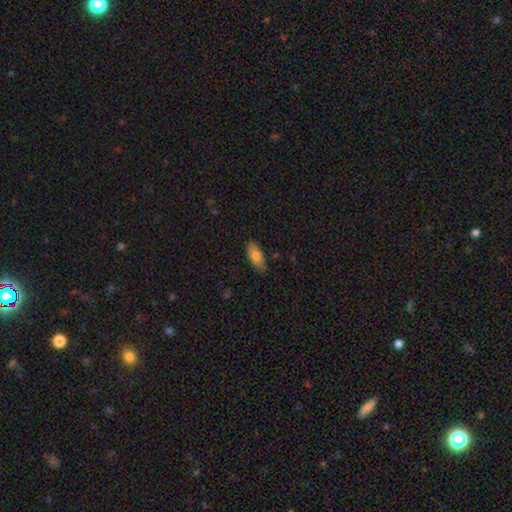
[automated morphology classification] Smooth or featured? smooth (77%)
How rounded? in between (86%)
Merging? none (83%)